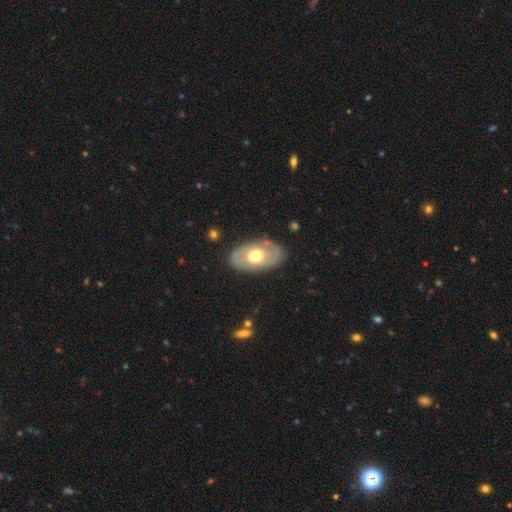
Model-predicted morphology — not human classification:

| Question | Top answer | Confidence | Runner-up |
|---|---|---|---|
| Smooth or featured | featured or disk | 57% | smooth (38%) |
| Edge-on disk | no | 91% | yes (9%) |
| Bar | no | 84% | weak (12%) |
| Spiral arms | no | 74% | yes (26%) |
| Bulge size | moderate | 66% | large (26%) |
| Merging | none | 82% | minor disturbance (12%) |